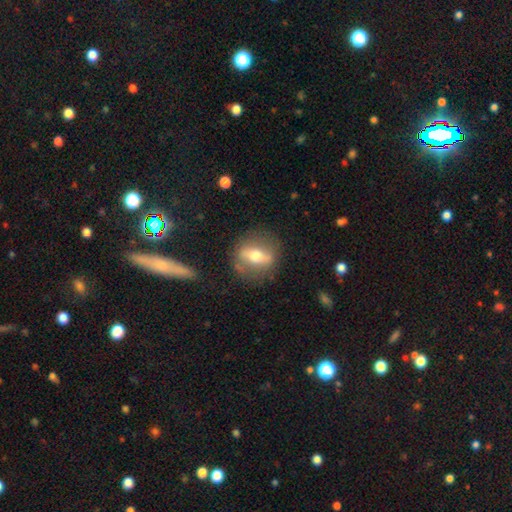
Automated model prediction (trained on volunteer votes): Smooth or featured: featured or disk — 58% (smooth — 35%)
Edge-on disk: no — 64% (yes — 36%)
Merging: none — 78% (minor disturbance — 14%)